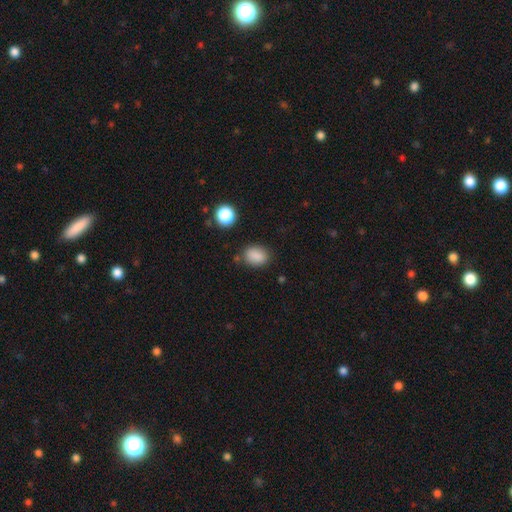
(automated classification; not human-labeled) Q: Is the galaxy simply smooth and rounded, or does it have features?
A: smooth — 86%.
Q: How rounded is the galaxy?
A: in between — 63%.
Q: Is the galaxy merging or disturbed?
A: none — 79%.